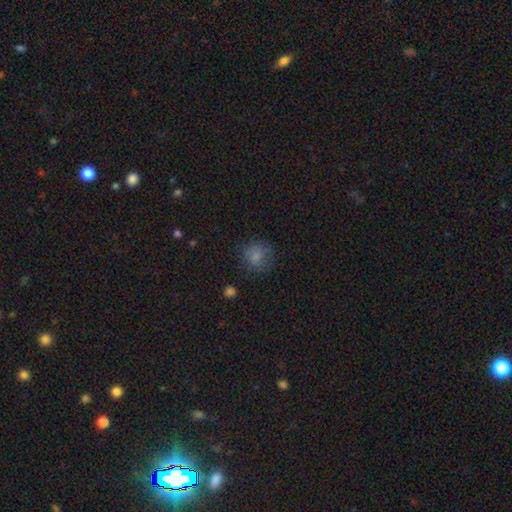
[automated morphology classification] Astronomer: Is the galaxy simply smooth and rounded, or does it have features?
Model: smooth — 77%.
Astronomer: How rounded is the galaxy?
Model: round — 82%.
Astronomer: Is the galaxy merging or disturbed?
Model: none — 70%.